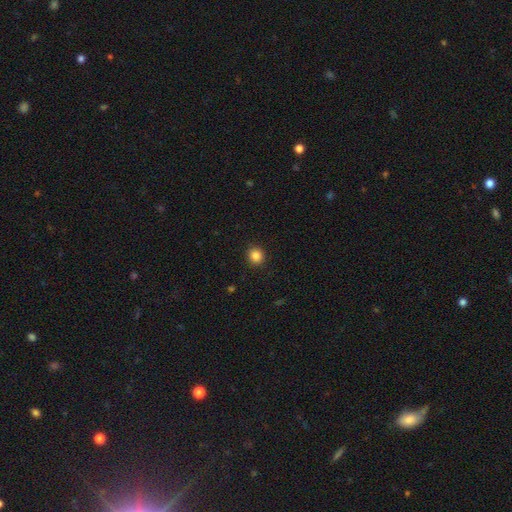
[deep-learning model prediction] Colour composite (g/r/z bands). It shows a smooth galaxy with no disk features (84%) that is round (90%). Merging: none (92%).